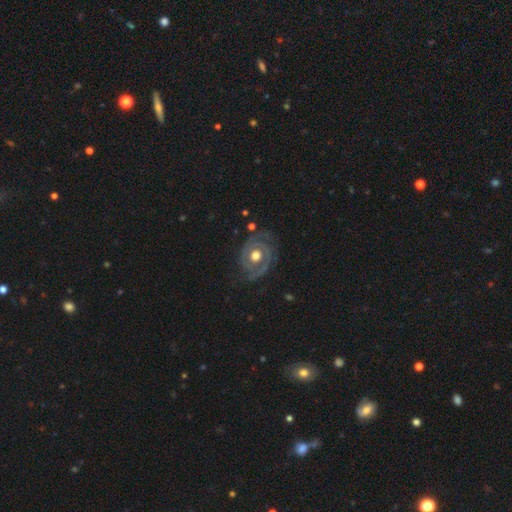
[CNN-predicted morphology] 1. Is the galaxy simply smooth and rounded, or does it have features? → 86% featured or disk, 9% smooth, 5% star or artifact.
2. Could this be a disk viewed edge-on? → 97% no, 3% yes.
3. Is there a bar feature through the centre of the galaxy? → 77% no, 18% weak, 5% strong.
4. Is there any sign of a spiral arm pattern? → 91% yes, 9% no.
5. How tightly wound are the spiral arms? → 63% tight, 29% medium, 8% loose.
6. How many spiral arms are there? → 74% 2, 10% can't tell, 6% 3, 5% 1, 2% 4, 2% more than 4.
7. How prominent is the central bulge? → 71% moderate, 22% large, 4% small, 1% dominant, 1% none.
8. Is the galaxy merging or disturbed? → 73% none, 17% minor disturbance, 8% major disturbance, 2% merger.